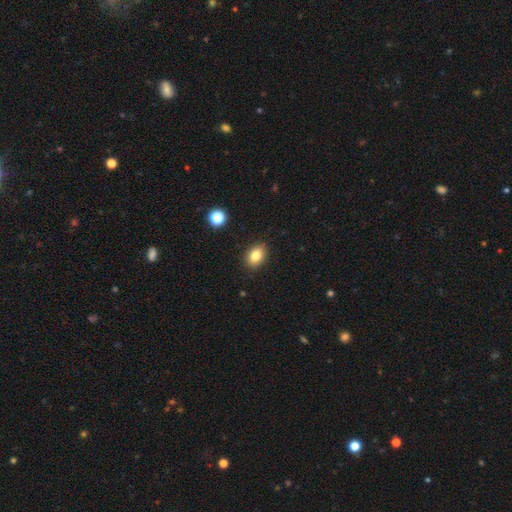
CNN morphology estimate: Smooth or featured: smooth — 82% (star or artifact — 10%)
How rounded: in between — 77% (round — 22%)
Merging: none — 89% (minor disturbance — 8%)